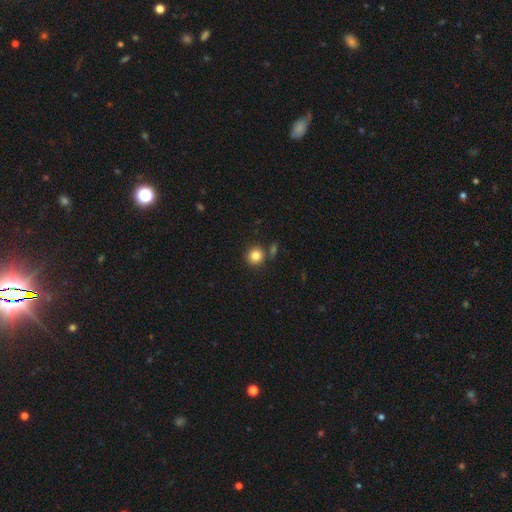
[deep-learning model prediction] Smooth or featured?
  - smooth: 83% *
  - star or artifact: 11%
  - featured or disk: 6%
How rounded?
  - round: 91% *
  - in between: 8%
  - cigar-shaped: 1%
Merging?
  - none: 79% *
  - merger: 10%
  - minor disturbance: 8%
  - major disturbance: 3%